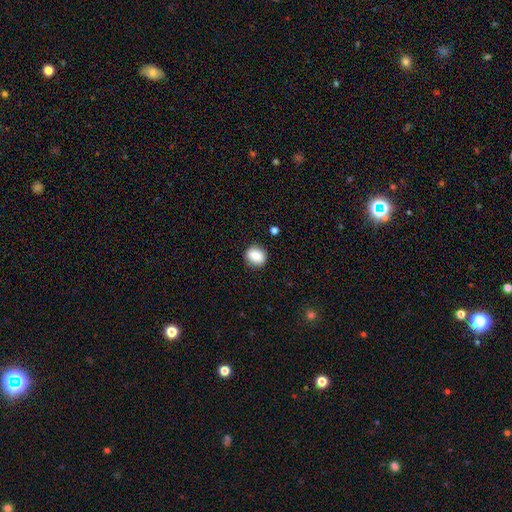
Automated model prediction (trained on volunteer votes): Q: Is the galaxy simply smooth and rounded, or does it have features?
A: smooth — 85%.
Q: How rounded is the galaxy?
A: round — 64%.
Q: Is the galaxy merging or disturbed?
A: none — 87%.